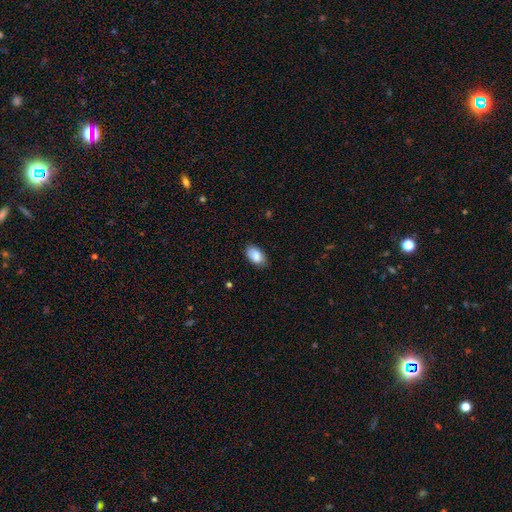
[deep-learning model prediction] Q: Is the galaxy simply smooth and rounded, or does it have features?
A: smooth — 88%.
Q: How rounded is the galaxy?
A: in between — 93%.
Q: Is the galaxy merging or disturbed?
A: none — 81%.